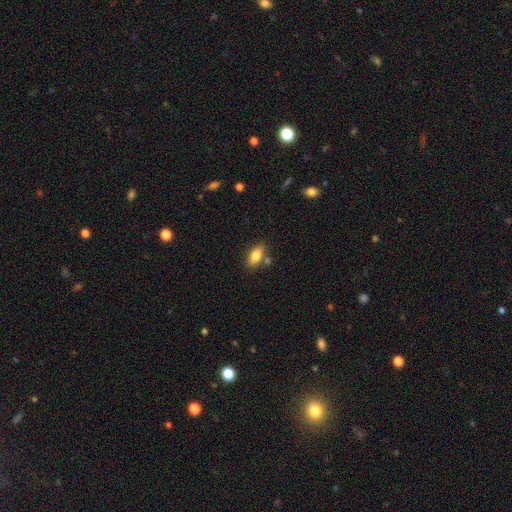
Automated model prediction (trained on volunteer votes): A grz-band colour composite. It shows a smooth galaxy with no disk features (81%) that is in between round and cigar-shaped (89%). Merging: none (74%).